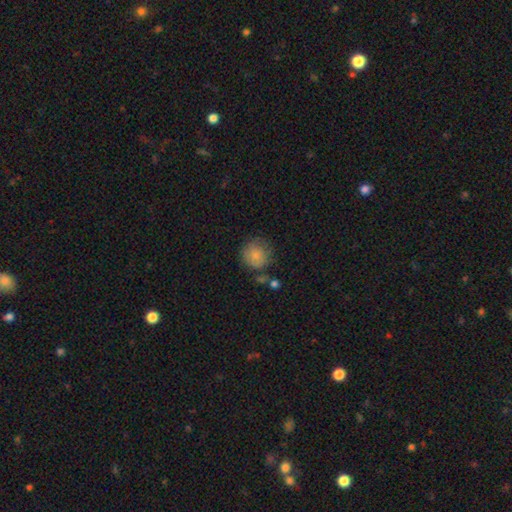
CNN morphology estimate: This appears to be a smooth galaxy with no disk features (80%) that is round (90%). Merging: none (66%).